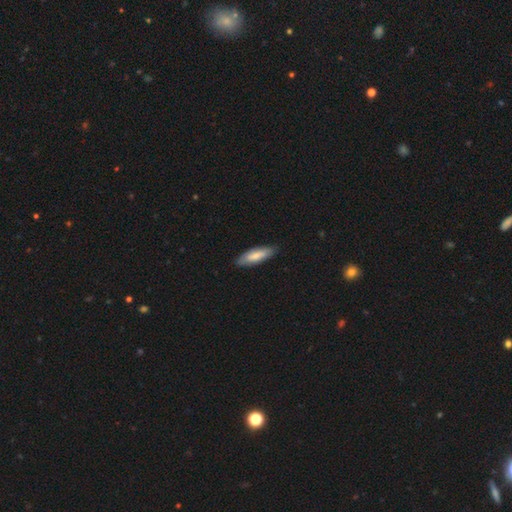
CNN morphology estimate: This is likely a smooth galaxy (72%). How rounded: possibly in between (54%). Merging: clearly none (82%).